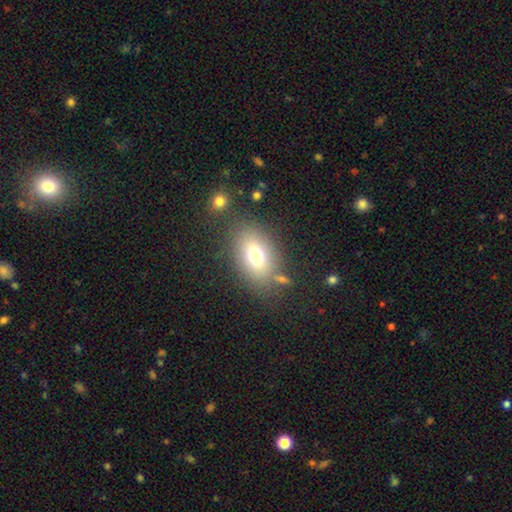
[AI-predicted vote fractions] Smooth or featured? smooth (72%)
How rounded? in between (74%)
Merging? none (73%)